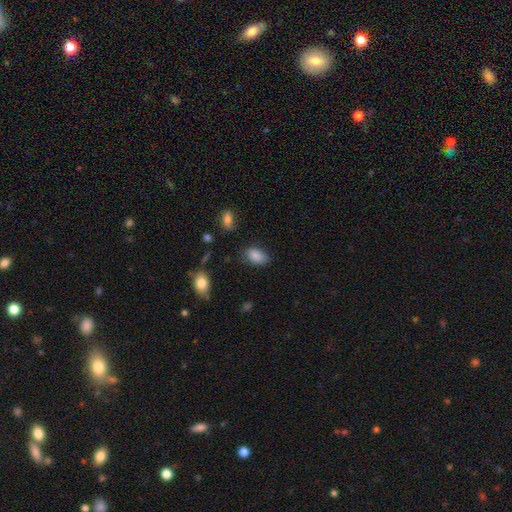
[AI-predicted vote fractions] Smooth or featured: smooth — 86% (star or artifact — 8%)
How rounded: in between — 91% (round — 7%)
Merging: none — 75% (minor disturbance — 19%)